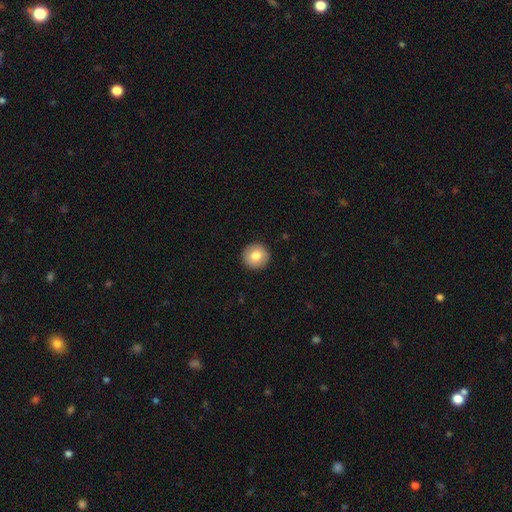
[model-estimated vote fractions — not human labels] Smooth or featured: smooth — 80% (featured or disk — 12%)
How rounded: round — 95% (in between — 4%)
Merging: none — 93% (minor disturbance — 5%)